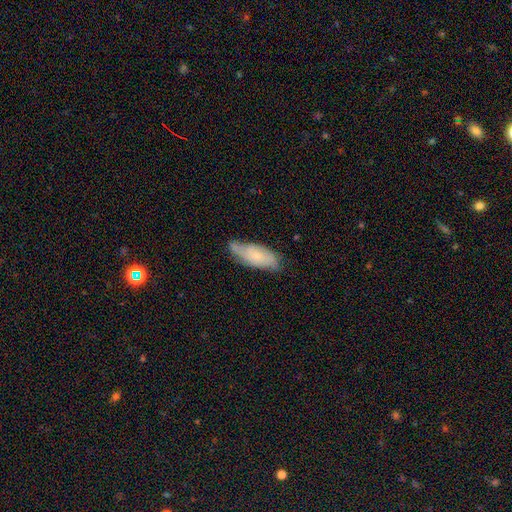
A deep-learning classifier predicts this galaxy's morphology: Overall: smooth (51%; featured or disk 43%). How rounded: in between (70%). Merging: none (61%; minor disturbance 30%).